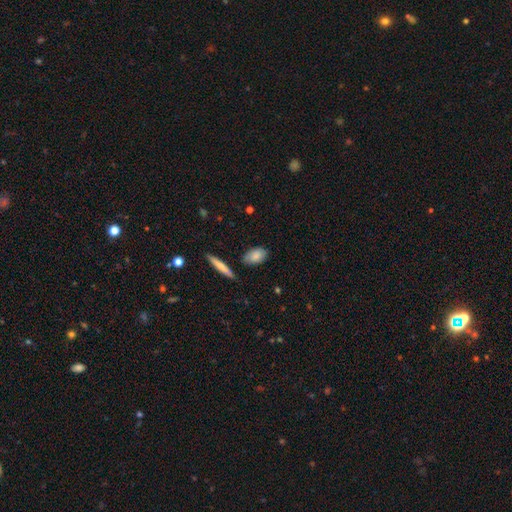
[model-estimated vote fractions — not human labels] smooth 82%, featured or disk 12%, star or artifact 6%. Down the decision tree: how rounded — in between (89%); merging — none (78%).